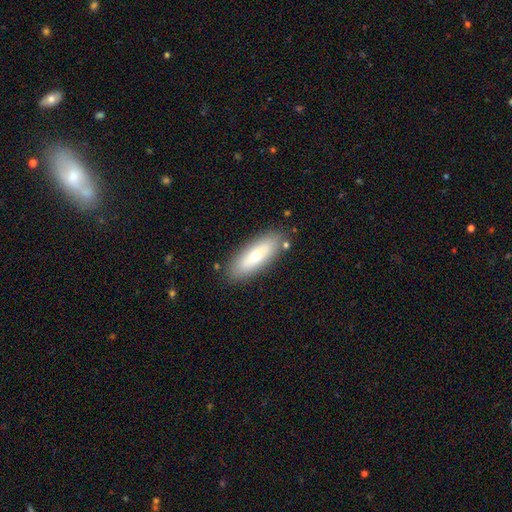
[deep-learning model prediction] smooth 66%, featured or disk 28%, star or artifact 6%. Down the decision tree: how rounded — in between (58%); merging — none (83%).